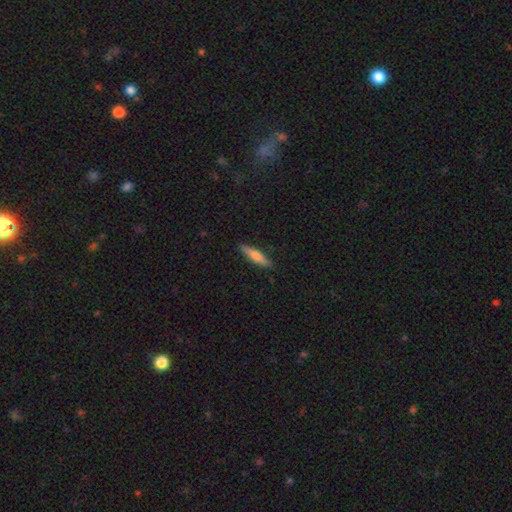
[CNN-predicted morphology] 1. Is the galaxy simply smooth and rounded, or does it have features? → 64% smooth, 31% featured or disk, 6% star or artifact.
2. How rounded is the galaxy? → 82% cigar-shaped, 17% in between, 2% round.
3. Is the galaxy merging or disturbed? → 89% none, 9% minor disturbance, 2% major disturbance, 1% merger.